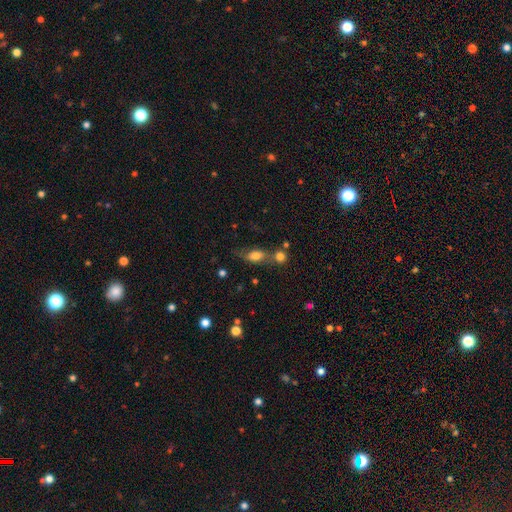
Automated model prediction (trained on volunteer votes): Smooth or featured: smooth — 70% (featured or disk — 19%)
How rounded: in between — 75% (round — 14%)
Merging: none — 45% (merger — 28%)